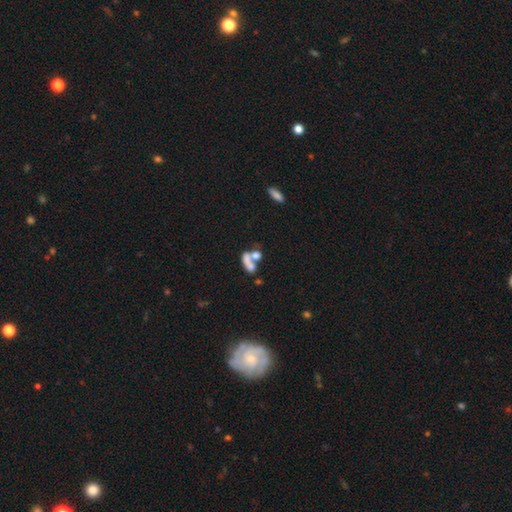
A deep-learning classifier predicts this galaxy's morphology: smooth 61%, featured or disk 26%, star or artifact 13%. Down the decision tree: how rounded — in between (65%); merging — merger (61%).